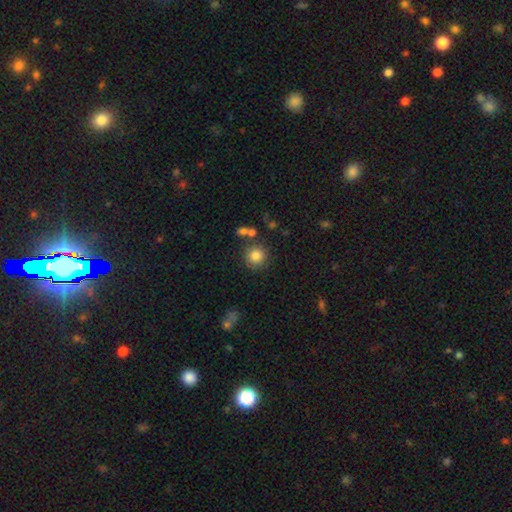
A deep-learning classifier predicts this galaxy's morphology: A smooth galaxy with no disk features (82%) that is round (93%). Merging: none (78%).